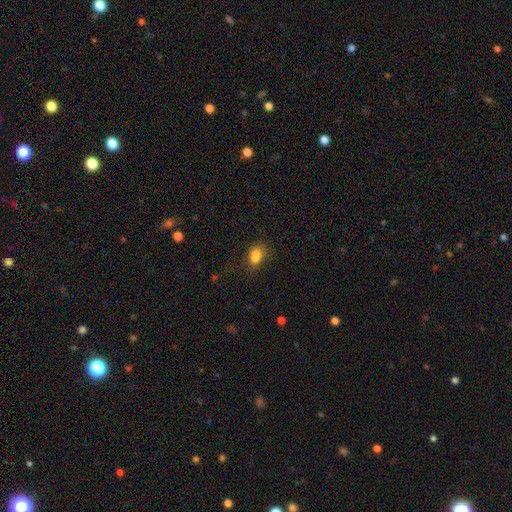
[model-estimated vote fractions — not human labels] The model was most divided on "merging": none: 49%, minor disturbance: 24%, merger: 14%, major disturbance: 13%. More confident: smooth or featured — smooth (79%); how rounded — in between (79%).